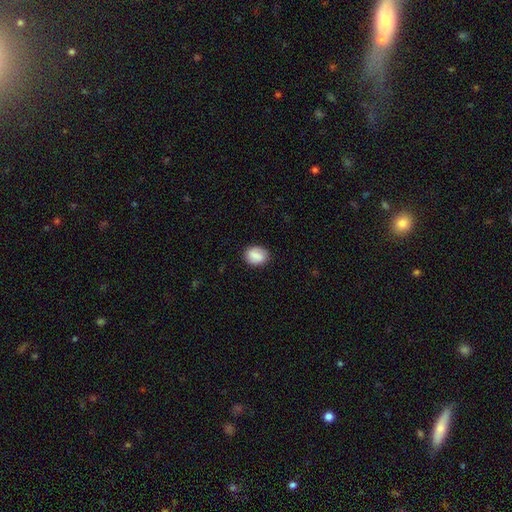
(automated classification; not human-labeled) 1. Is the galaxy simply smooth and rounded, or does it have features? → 82% smooth, 10% featured or disk, 7% star or artifact.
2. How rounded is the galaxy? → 52% in between, 47% round, 1% cigar-shaped.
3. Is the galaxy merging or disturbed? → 84% none, 12% minor disturbance, 3% major disturbance, 1% merger.